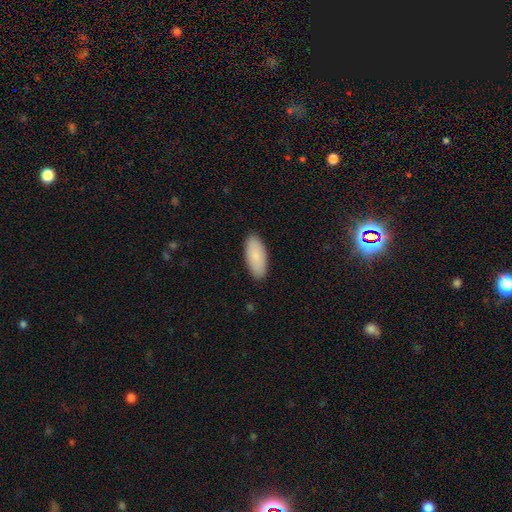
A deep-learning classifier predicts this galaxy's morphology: smooth-or-featured: smooth: 88% | featured or disk: 7% | star or artifact: 6%
  how-rounded: in between: 92% | cigar-shaped: 6% | round: 2%
  merging: none: 89% | minor disturbance: 8% | major disturbance: 2% | merger: 1%